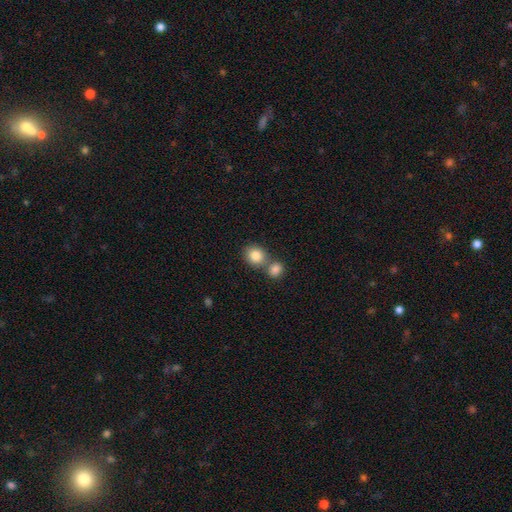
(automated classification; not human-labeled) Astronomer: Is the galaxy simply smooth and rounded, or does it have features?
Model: smooth — 84%.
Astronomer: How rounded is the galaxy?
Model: round — 72%.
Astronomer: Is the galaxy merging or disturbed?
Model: none — 49% (runner-up: merger, 41%).